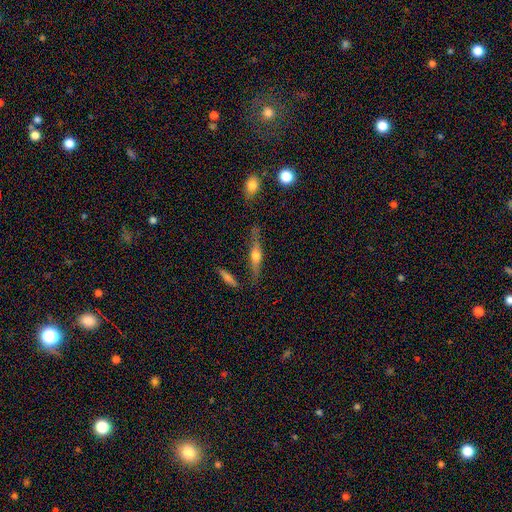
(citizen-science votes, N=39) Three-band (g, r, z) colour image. It shows a featured or disk galaxy (51%) viewed edge-on (90%) with a rounded central bulge (100%). Merging: none (89%).